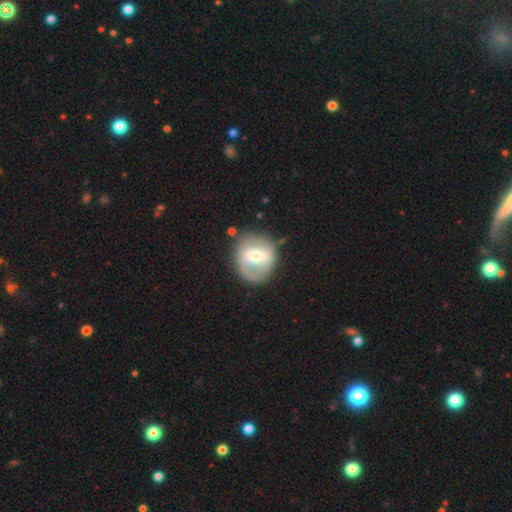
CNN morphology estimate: A featured or disk galaxy (64%) with a weak bar (42%), spiral arms (63%) and a small central bulge (47%, tied with moderate).

Vote fractions:
- Smooth or featured? featured or disk: 64% / smooth: 30% / star or artifact: 6%
- Edge-on disk? no: 96% / yes: 4%
- Bar? weak: 42% / strong: 34% / no: 24%
- Spiral arms? yes: 63% / no: 37%
- Bulge size? small: 47% (tied) / moderate: 47% (tied) / large: 4% / none: 1% / dominant: 1%
- Merging? none: 70% / minor disturbance: 17% / major disturbance: 9% / merger: 4%